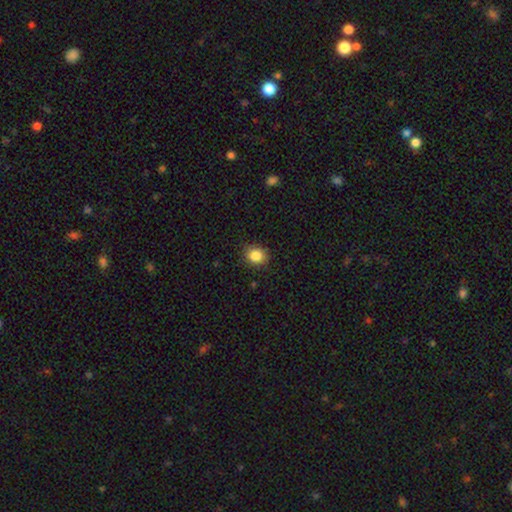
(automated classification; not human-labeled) Smooth or featured? Predicted: smooth (p=0.85). How rounded? Predicted: round (p=0.68). Merging? Predicted: none (p=0.86).